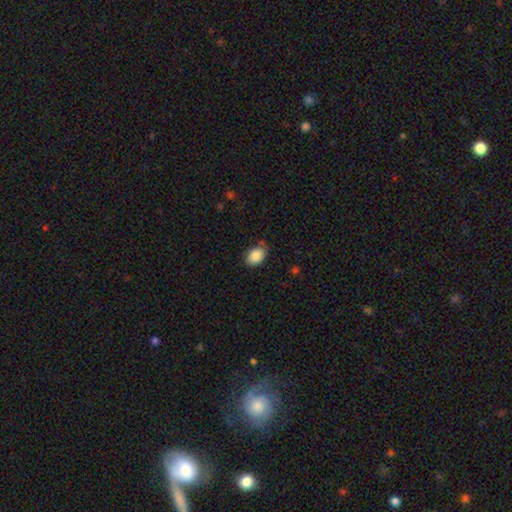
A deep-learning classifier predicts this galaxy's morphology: This is clearly a smooth galaxy (88%). How rounded: clearly in between (83%). Merging: likely none (77%).